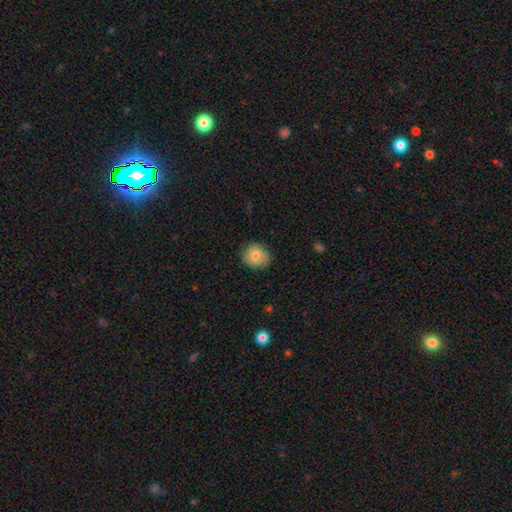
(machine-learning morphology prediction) smooth 78%, featured or disk 14%, star or artifact 8%. Down the decision tree: how rounded — round (77%); merging — none (80%).